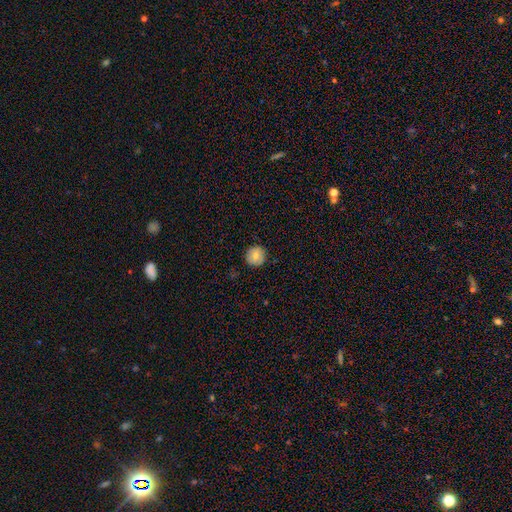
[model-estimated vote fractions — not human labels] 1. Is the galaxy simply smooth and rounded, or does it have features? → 76% smooth, 16% featured or disk, 8% star or artifact.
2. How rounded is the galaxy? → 95% round, 4% in between, 1% cigar-shaped.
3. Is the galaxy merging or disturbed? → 89% none, 8% minor disturbance, 2% major disturbance, 1% merger.